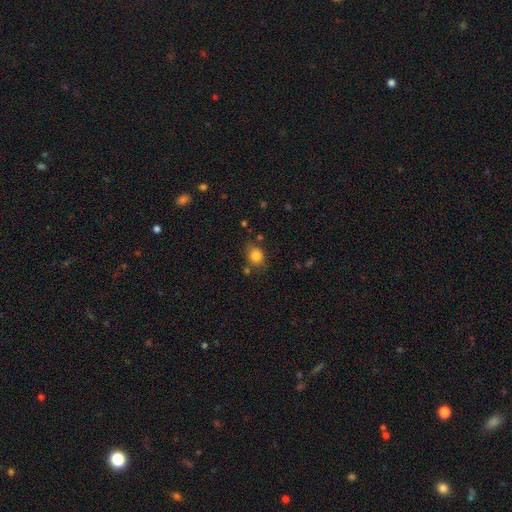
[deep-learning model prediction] Q: Smooth or featured?
A: smooth (82%); runner-up: star or artifact (10%)
Q: How rounded?
A: round (52%); runner-up: in between (47%)
Q: Merging?
A: none (69%); runner-up: minor disturbance (19%)